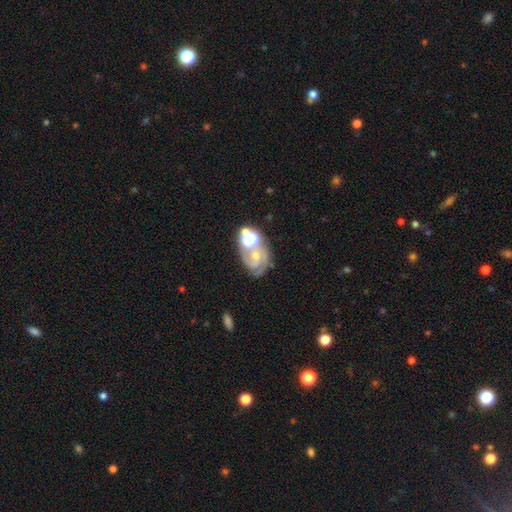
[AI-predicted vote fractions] Smooth or featured: featured or disk — 71% (smooth — 16%)
Edge-on disk: no — 97% (yes — 3%)
Bar: no — 60% (weak — 31%)
Spiral arms: yes — 93% (no — 7%)
Spiral winding: medium — 47% (tight — 40%)
Spiral arm count: 2 — 57% (3 — 19%)
Bulge size: small — 48% (moderate — 42%)
Merging: none — 51% (merger — 20%)